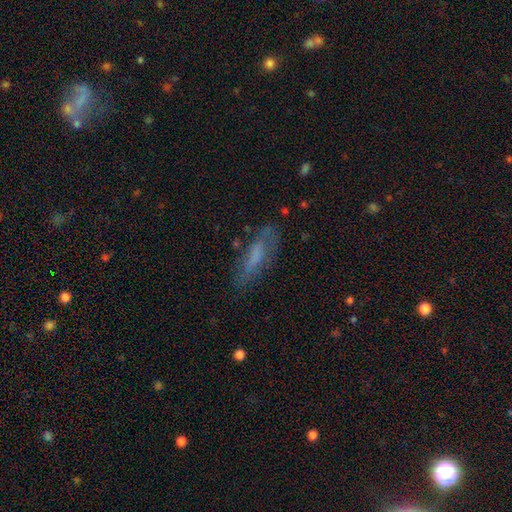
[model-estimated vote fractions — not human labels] smooth 52%, featured or disk 38%, star or artifact 10%. Down the decision tree: how rounded — cigar-shaped (62%); merging — none (69%).